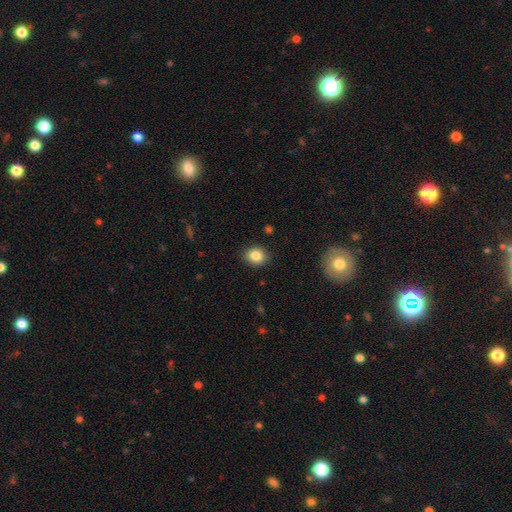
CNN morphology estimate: smooth-or-featured: smooth: 85% | star or artifact: 9% | featured or disk: 6%
  how-rounded: round: 62% | in between: 37% | cigar-shaped: 1%
  merging: none: 89% | minor disturbance: 8% | major disturbance: 2% | merger: 1%